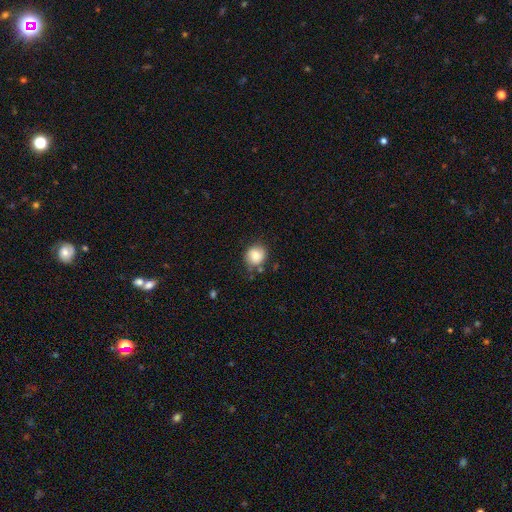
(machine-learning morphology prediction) type=smooth (80%); roundness=round (82%); merging=none (72%).